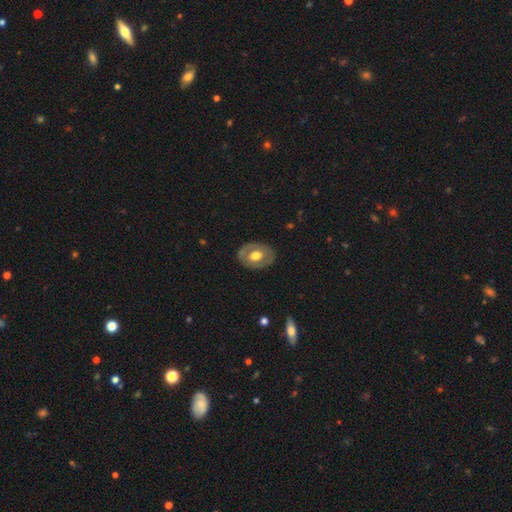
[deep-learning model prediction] Morphology: type=featured or disk (49%); merging=none (81%).